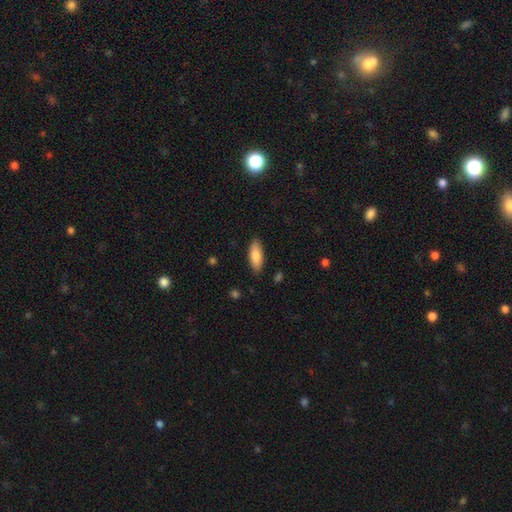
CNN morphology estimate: type=smooth (84%); roundness=in between (73%); merging=none (87%).